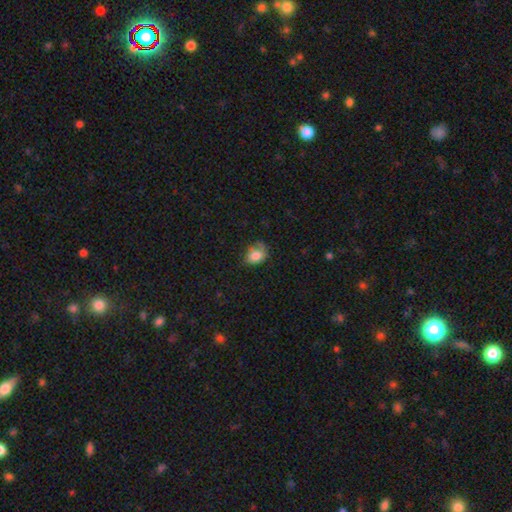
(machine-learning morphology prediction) type=smooth (79%); roundness=in between (60%); merging=none (51%).